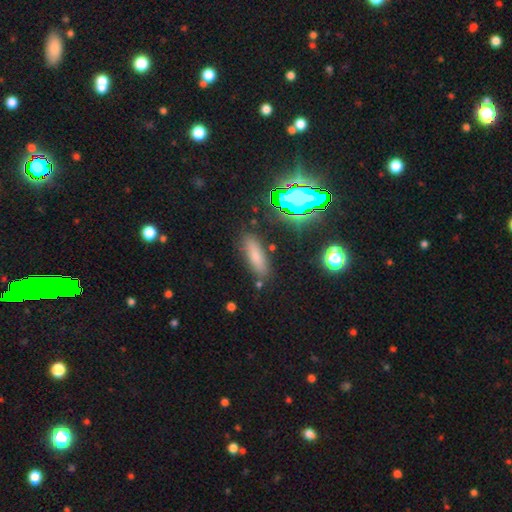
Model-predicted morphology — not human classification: smooth_or_featured: smooth (p=0.71) [alt: star or artifact p=0.16]
how_rounded: cigar-shaped (p=0.49) [alt: in between p=0.48]
merging: none (p=0.83) [alt: minor disturbance p=0.11]